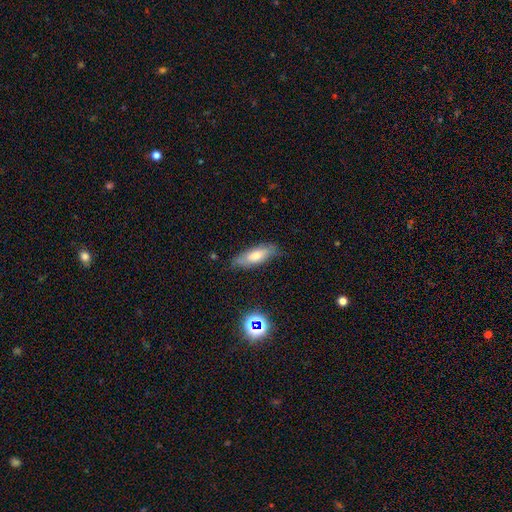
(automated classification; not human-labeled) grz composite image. It shows a smooth galaxy with no disk features (67%) that is in between round and cigar-shaped (63%). Merging: none (78%).